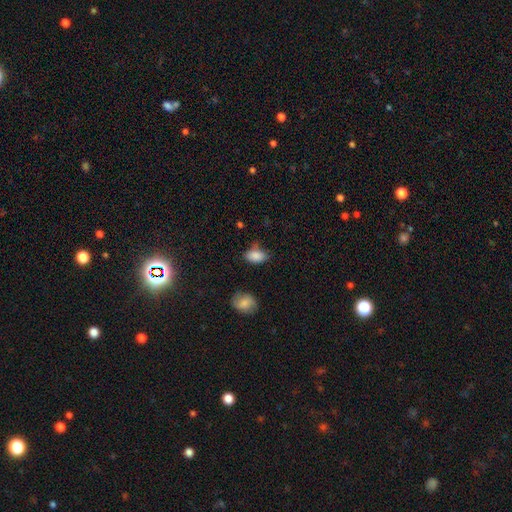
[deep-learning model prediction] A smooth galaxy with no disk features (86%) that is in between round and cigar-shaped (91%). Merging: none (61%).